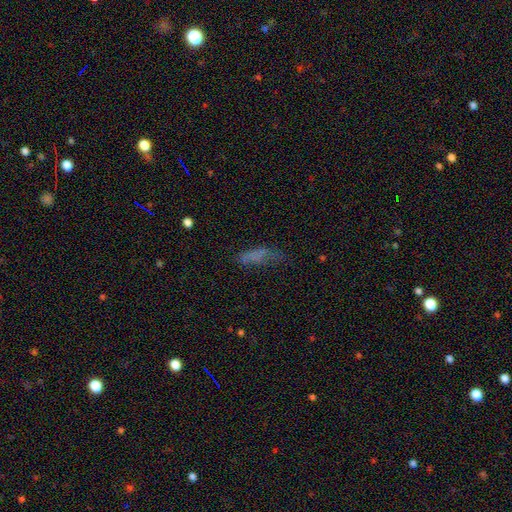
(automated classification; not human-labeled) Q: Smooth or featured?
A: smooth (62%); runner-up: featured or disk (21%)
Q: How rounded?
A: cigar-shaped (49%); runner-up: in between (48%)
Q: Merging?
A: none (45%); runner-up: minor disturbance (28%)